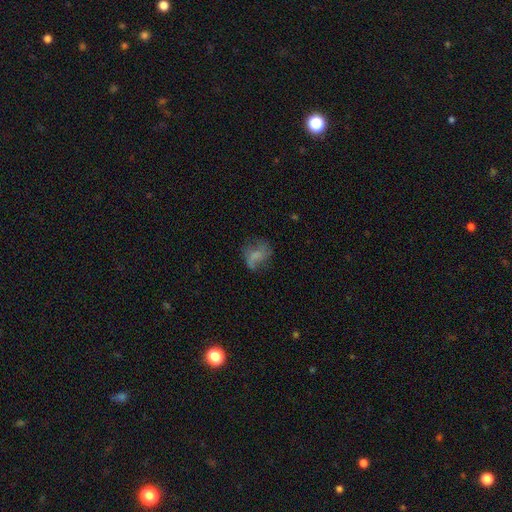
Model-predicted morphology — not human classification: type=smooth (47%); merging=none (45%).